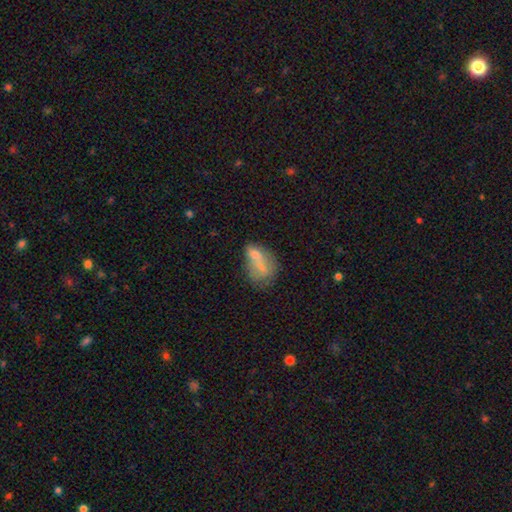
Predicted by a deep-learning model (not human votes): Q: Smooth or featured?
A: smooth (59%); runner-up: featured or disk (30%)
Q: How rounded?
A: in between (70%); runner-up: round (22%)
Q: Merging?
A: merger (45%); runner-up: none (31%)